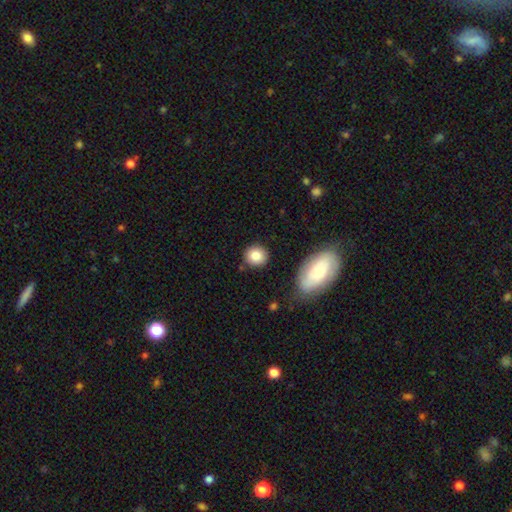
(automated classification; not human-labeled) Smooth or featured: smooth — 83% (featured or disk — 8%)
How rounded: round — 84% (in between — 14%)
Merging: none — 84% (minor disturbance — 9%)